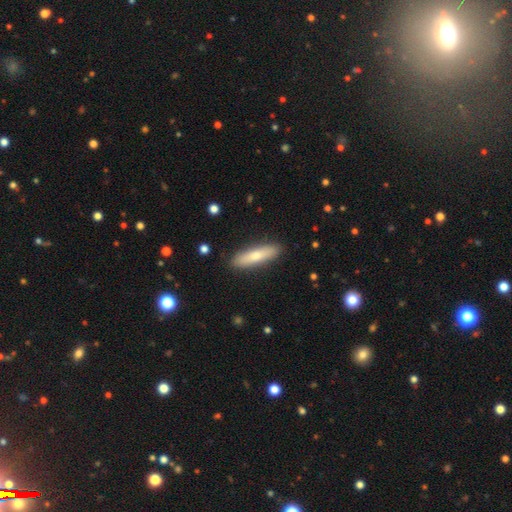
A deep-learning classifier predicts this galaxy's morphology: A smooth galaxy with no disk features (69%) that is cigar-shaped (71%).

Vote fractions:
- Smooth or featured? smooth: 69% / featured or disk: 26% / star or artifact: 6%
- How rounded? cigar-shaped: 71% / in between: 27% / round: 2%
- Merging? none: 88% / minor disturbance: 8% / major disturbance: 2% / merger: 1%